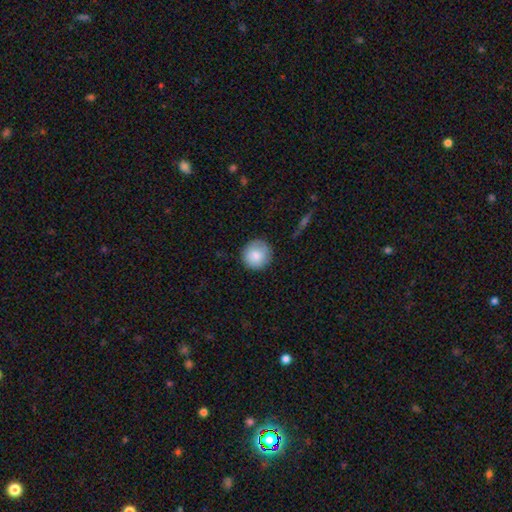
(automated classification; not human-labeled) Q: Smooth or featured?
A: smooth (83%); runner-up: featured or disk (9%)
Q: How rounded?
A: round (94%); runner-up: in between (5%)
Q: Merging?
A: none (85%); runner-up: minor disturbance (11%)